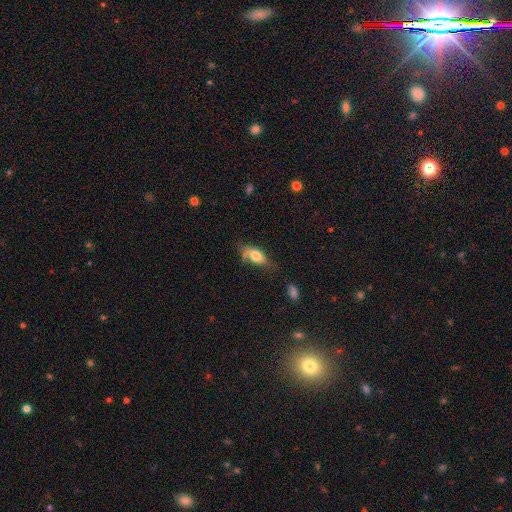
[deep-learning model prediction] smooth 66%, featured or disk 26%, star or artifact 8%. Down the decision tree: how rounded — in between (85%); merging — none (37%).